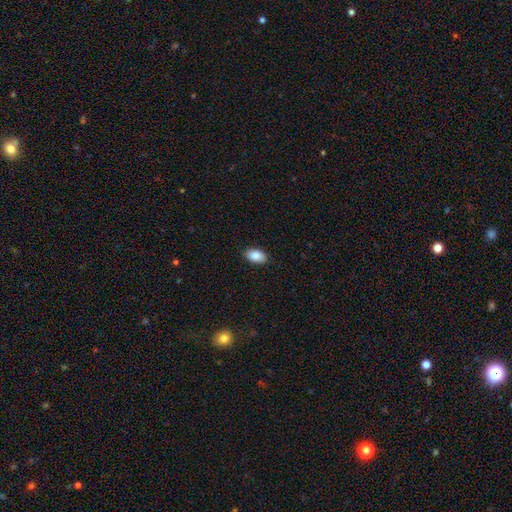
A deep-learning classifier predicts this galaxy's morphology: smooth-or-featured: smooth: 89% | star or artifact: 7% | featured or disk: 4%
  how-rounded: in between: 93% | round: 5% | cigar-shaped: 2%
  merging: none: 88% | minor disturbance: 9% | major disturbance: 2% | merger: 1%